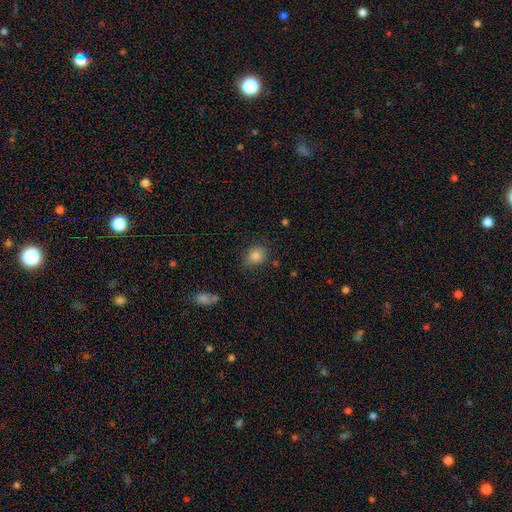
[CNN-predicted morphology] smooth_or_featured: smooth (p=0.84) [alt: star or artifact p=0.10]
how_rounded: round (p=0.51) [alt: in between p=0.47]
merging: none (p=0.77) [alt: minor disturbance p=0.17]